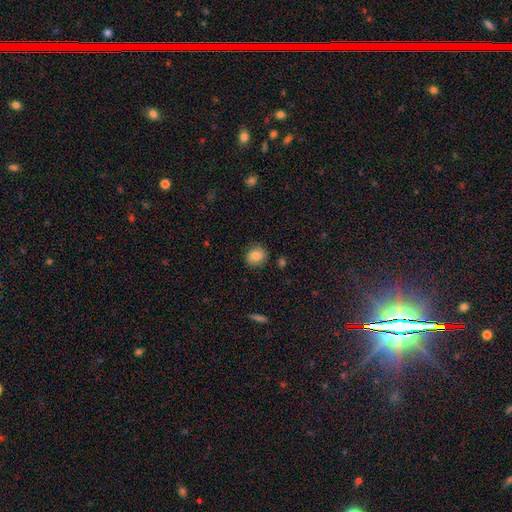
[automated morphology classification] Smooth or featured? Predicted: smooth (p=0.85). How rounded? Predicted: round (p=0.74). Merging? Predicted: none (p=0.84).